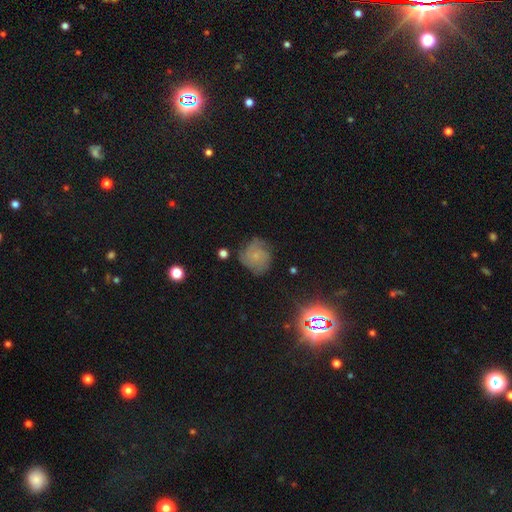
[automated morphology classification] A featured or disk galaxy (59%) with no bar (80%), tight (55%) spiral arms (88%) and a small central bulge (72%).

Vote fractions:
- Smooth or featured? featured or disk: 59% / smooth: 29% / star or artifact: 12%
- Edge-on disk? no: 98% / yes: 2%
- Bar? no: 80% / weak: 17% / strong: 3%
- Spiral arms? yes: 88% / no: 12%
- Spiral winding? tight: 55% / medium: 34% / loose: 11%
- Spiral arm count? can't tell: 32% / 3: 29% / 2: 20% / 4: 9% / 1: 6% / more than 4: 5%
- Bulge size? small: 72% / moderate: 13% / none: 13% / large: 1% / dominant: 1%
- Merging? none: 65% / minor disturbance: 23% / major disturbance: 10% / merger: 2%